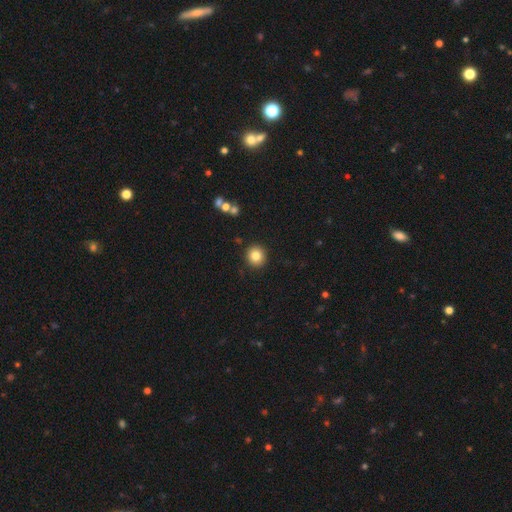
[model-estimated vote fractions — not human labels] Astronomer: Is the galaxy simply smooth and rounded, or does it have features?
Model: smooth — 83%.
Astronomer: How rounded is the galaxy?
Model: round — 91%.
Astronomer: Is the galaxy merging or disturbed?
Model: none — 90%.